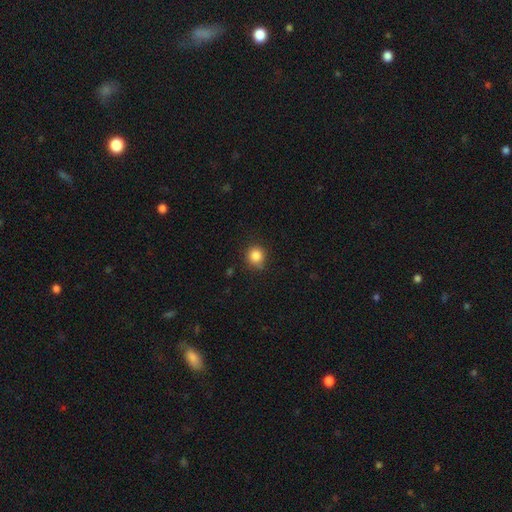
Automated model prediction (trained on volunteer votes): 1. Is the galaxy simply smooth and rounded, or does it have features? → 85% smooth, 11% star or artifact, 4% featured or disk.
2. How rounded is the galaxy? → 90% round, 9% in between, 1% cigar-shaped.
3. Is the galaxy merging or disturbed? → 84% none, 11% minor disturbance, 3% major disturbance, 1% merger.